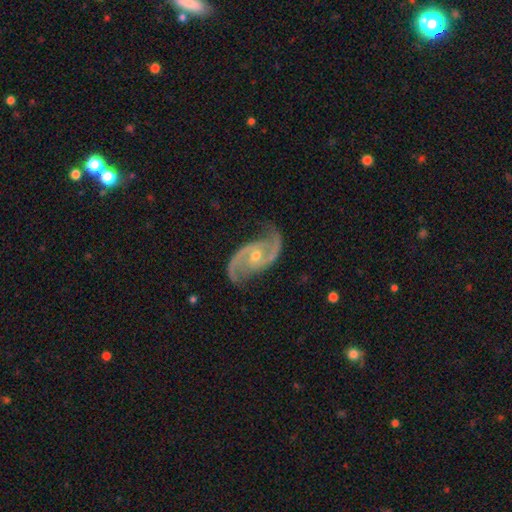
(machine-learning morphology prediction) This appears to be a featured or disk galaxy (93%) with no bar (55%), 2 (94%) medium (55%) spiral arms (98%) and a moderate central bulge (52%). Merging: none (79%).